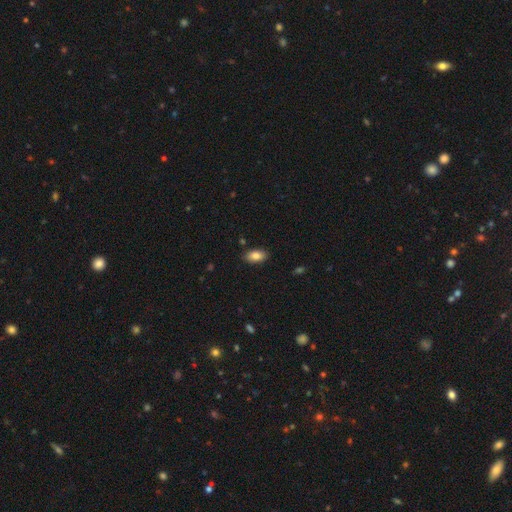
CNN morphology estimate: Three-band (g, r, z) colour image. It shows a smooth galaxy with no disk features (84%) that is in between round and cigar-shaped (92%). Merging: none (88%).